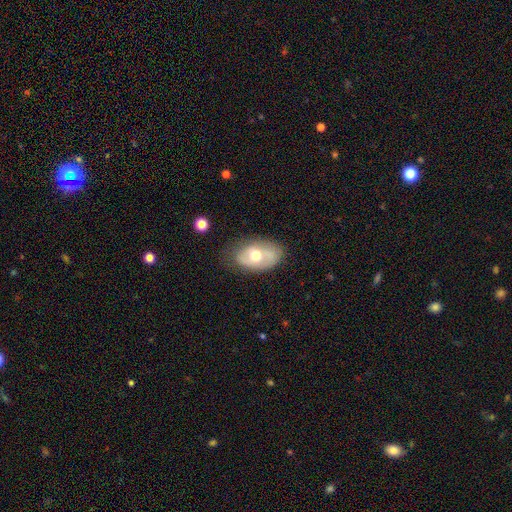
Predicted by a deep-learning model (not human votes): This is possibly a smooth galaxy (49%). Merging: likely none (68%).